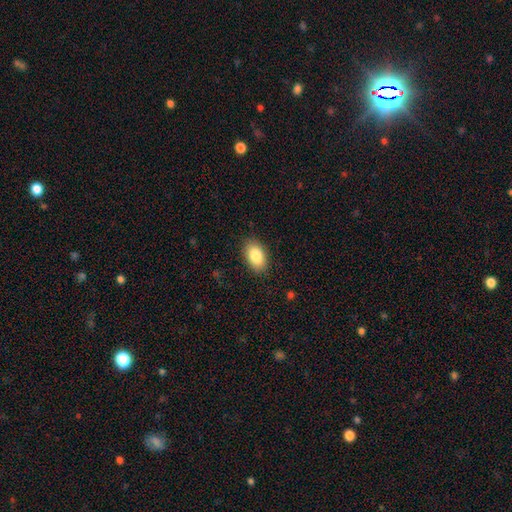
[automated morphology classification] This appears to be a smooth galaxy with no disk features (86%) that is in between round and cigar-shaped (93%). Merging: none (88%).